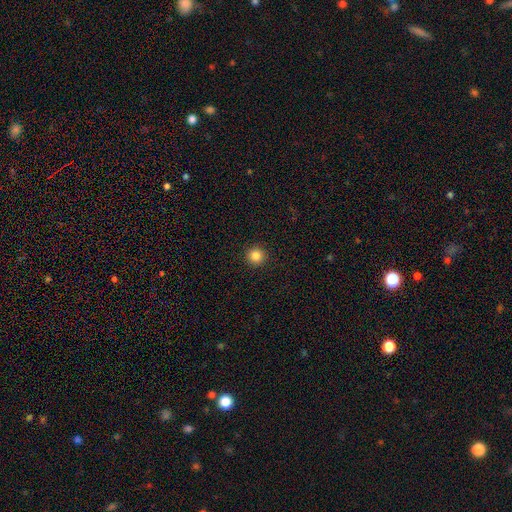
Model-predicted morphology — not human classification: smooth-or-featured: smooth: 85% | star or artifact: 11% | featured or disk: 4%
  how-rounded: round: 95% | in between: 4% | cigar-shaped: 1%
  merging: none: 93% | minor disturbance: 4% | major disturbance: 2% | merger: 1%